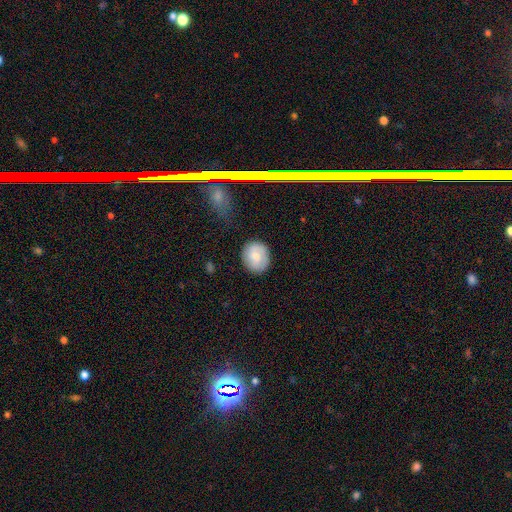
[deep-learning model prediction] This is likely a smooth galaxy (72%). How rounded: likely round (77%). Merging: clearly none (81%).